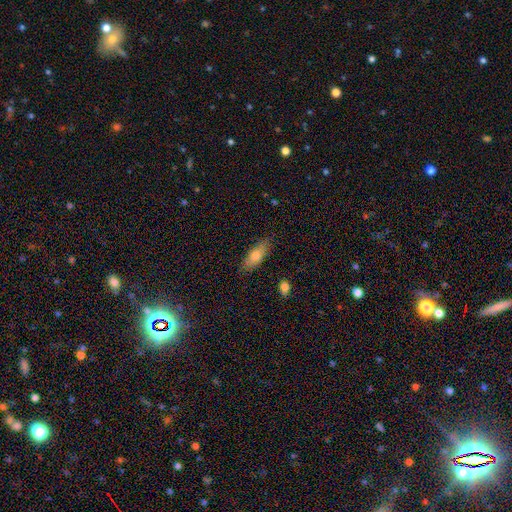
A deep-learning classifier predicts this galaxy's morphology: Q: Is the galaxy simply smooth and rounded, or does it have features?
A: smooth — 71%.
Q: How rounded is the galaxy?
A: in between — 67%.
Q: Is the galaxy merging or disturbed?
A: none — 82%.